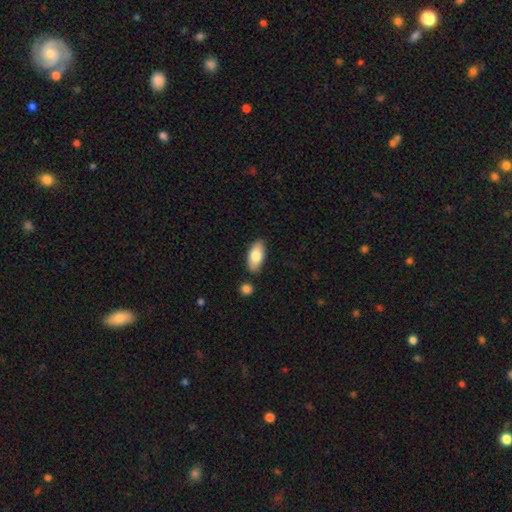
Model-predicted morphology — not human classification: A smooth galaxy with no disk features (80%) that is in between round and cigar-shaped (89%). Merging: none (83%).